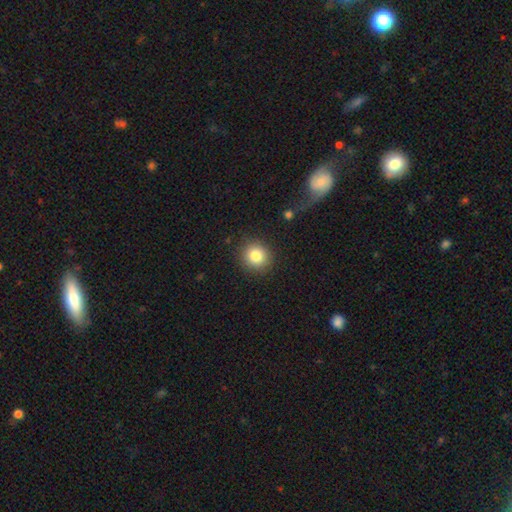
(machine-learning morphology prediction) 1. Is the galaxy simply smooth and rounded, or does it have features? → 83% smooth, 10% star or artifact, 7% featured or disk.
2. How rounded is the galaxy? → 87% round, 12% in between, 1% cigar-shaped.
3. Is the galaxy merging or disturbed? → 89% none, 7% minor disturbance, 3% major disturbance, 1% merger.